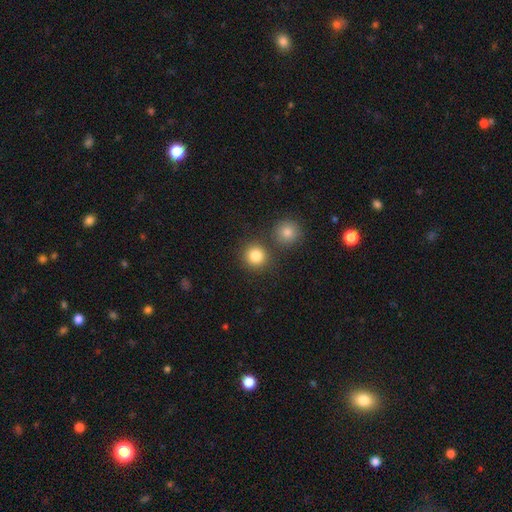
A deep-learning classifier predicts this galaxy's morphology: Smooth or featured? Predicted: smooth (p=0.84). How rounded? Predicted: round (p=0.92). Merging? Predicted: none (p=0.79).